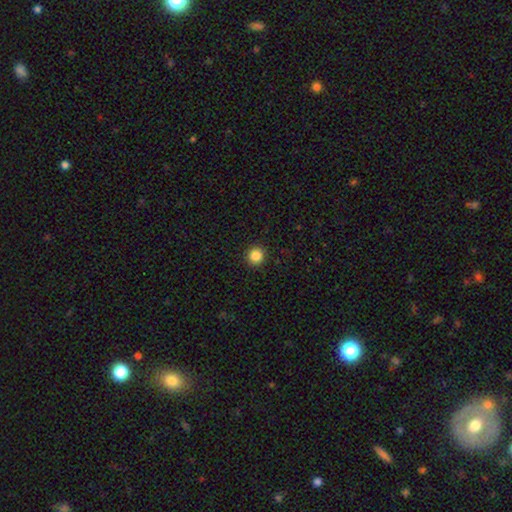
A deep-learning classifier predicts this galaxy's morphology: Smooth or featured? smooth (86%)
How rounded? round (95%)
Merging? none (93%)